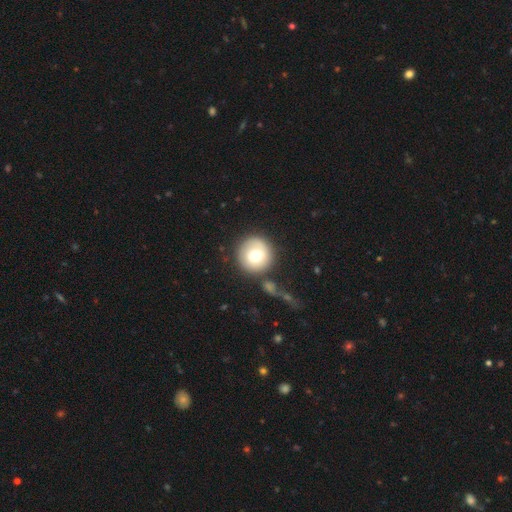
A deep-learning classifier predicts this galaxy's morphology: smooth 71%, featured or disk 20%, star or artifact 9%. Down the decision tree: how rounded — round (94%); merging — none (75%).